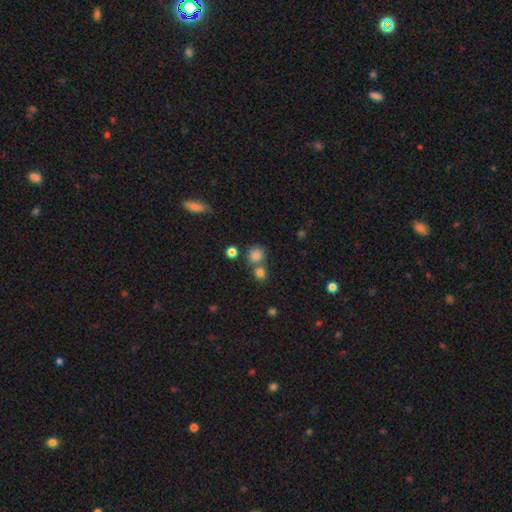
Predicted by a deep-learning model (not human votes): A smooth galaxy with no disk features (80%) that is round (86%).

Vote fractions:
- Smooth or featured? smooth: 80% / star or artifact: 13% / featured or disk: 7%
- How rounded? round: 86% / in between: 13% / cigar-shaped: 1%
- Merging? none: 58% / merger: 30% / minor disturbance: 8% / major disturbance: 3%